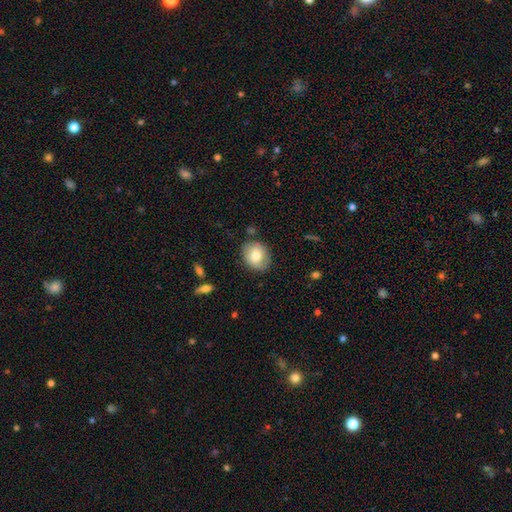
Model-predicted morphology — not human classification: This is likely a smooth galaxy (73%). How rounded: likely round (64%). Merging: likely none (77%).